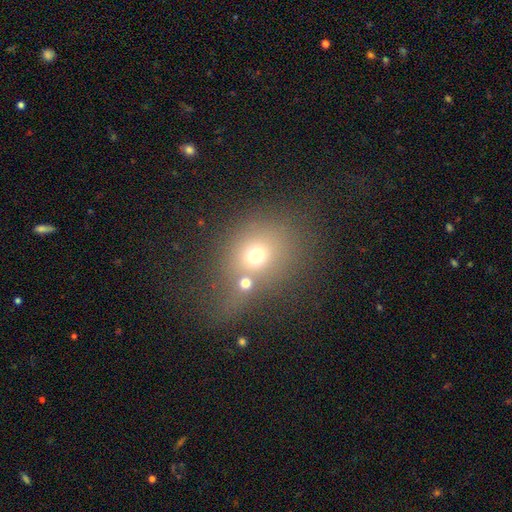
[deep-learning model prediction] A smooth galaxy with no disk features (65%) that is round (63%).

Vote fractions:
- Smooth or featured? smooth: 65% / star or artifact: 18% / featured or disk: 18%
- How rounded? round: 63% / in between: 36% / cigar-shaped: 1%
- Merging? none: 40% / merger: 37% / minor disturbance: 12% / major disturbance: 10%